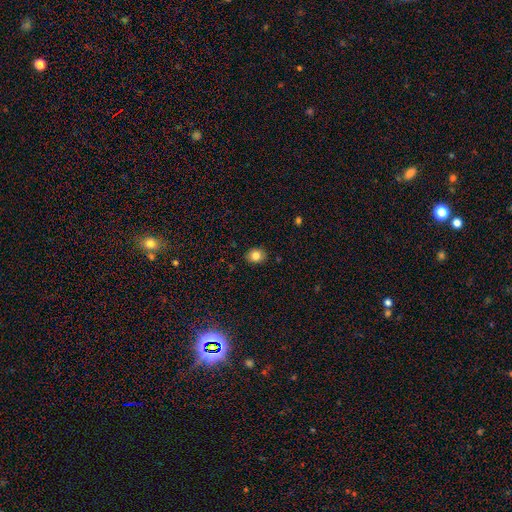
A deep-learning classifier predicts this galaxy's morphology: Smooth or featured?
  - smooth: 82% *
  - star or artifact: 10%
  - featured or disk: 8%
How rounded?
  - round: 50% * (tied)
  - in between: 50% * (tied)
  - cigar-shaped: 1%
Merging?
  - none: 88% *
  - minor disturbance: 9%
  - major disturbance: 2%
  - merger: 1%